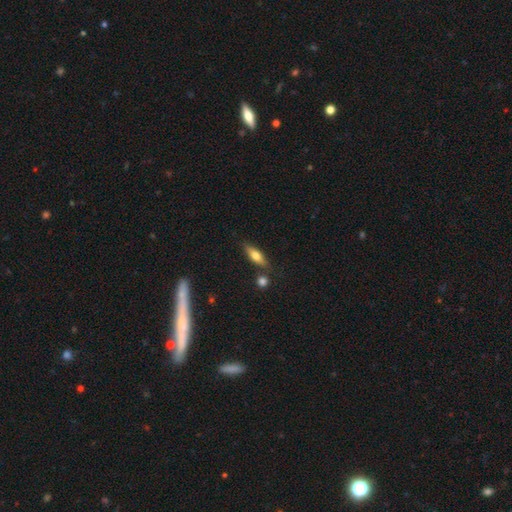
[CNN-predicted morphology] Smooth or featured?
  - smooth: 59% *
  - featured or disk: 34%
  - star or artifact: 7%
How rounded?
  - cigar-shaped: 49% *
  - in between: 48%
  - round: 3%
Merging?
  - none: 76% *
  - minor disturbance: 13%
  - merger: 8%
  - major disturbance: 3%